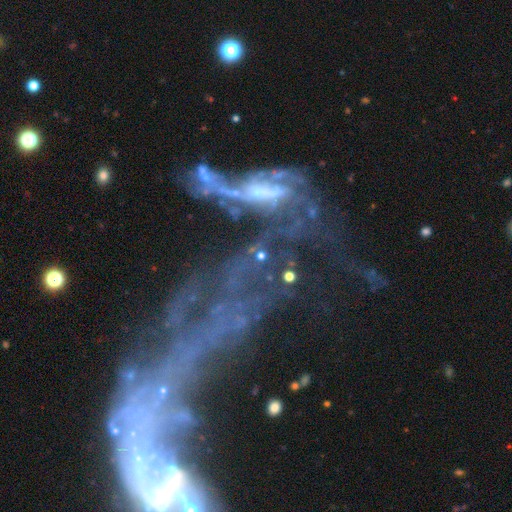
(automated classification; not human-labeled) This is likely a featured or disk galaxy (68%). It is clearly not viewed edge-on (84%). Bar: possibly no (56%). Spiral arm pattern: possibly yes (54%). Central bulge: marginally none (37%). Merging: marginally merger (44%).